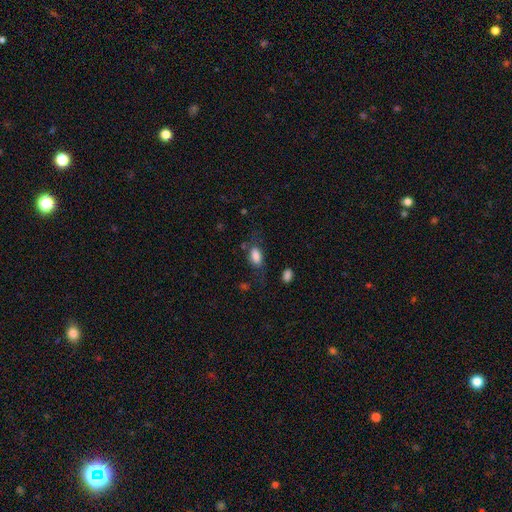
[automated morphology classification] type=smooth (80%); roundness=in between (88%); merging=none (54%).